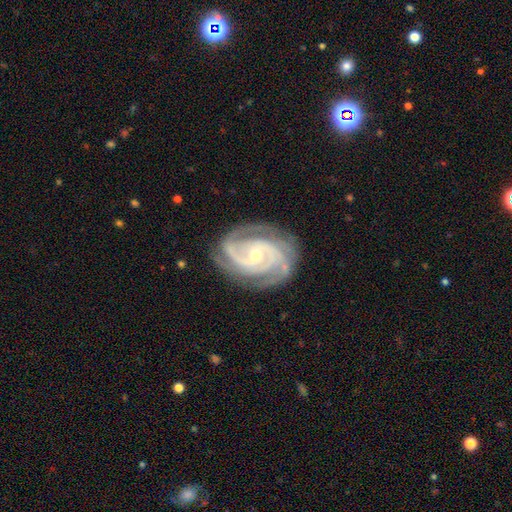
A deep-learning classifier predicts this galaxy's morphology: smooth_or_featured: featured or disk (p=0.93) [alt: star or artifact p=0.04]
disk_edge_on: no (p=0.98) [alt: yes p=0.02]
bar: no (p=0.50) [alt: weak p=0.36]
has_spiral_arms: yes (p=0.98) [alt: no p=0.02]
spiral_winding: tight (p=0.61) [alt: medium p=0.35]
spiral_arm_count: 2 (p=0.46) [alt: 3 p=0.31]
bulge_size: small (p=0.54) [alt: moderate p=0.43]
merging: none (p=0.78) [alt: minor disturbance p=0.16]